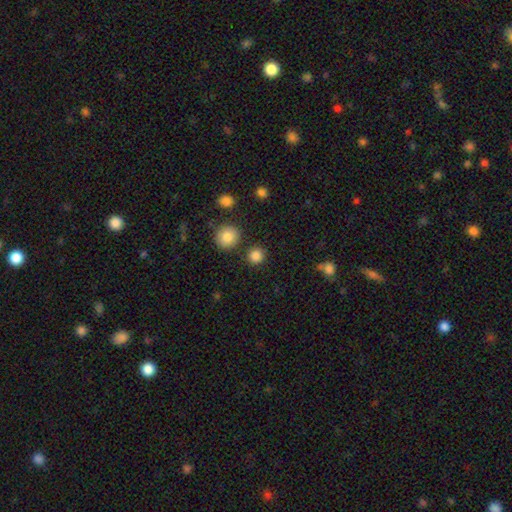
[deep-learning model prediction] Smooth or featured? Predicted: smooth (p=0.85). How rounded? Predicted: round (p=0.92). Merging? Predicted: none (p=0.86).